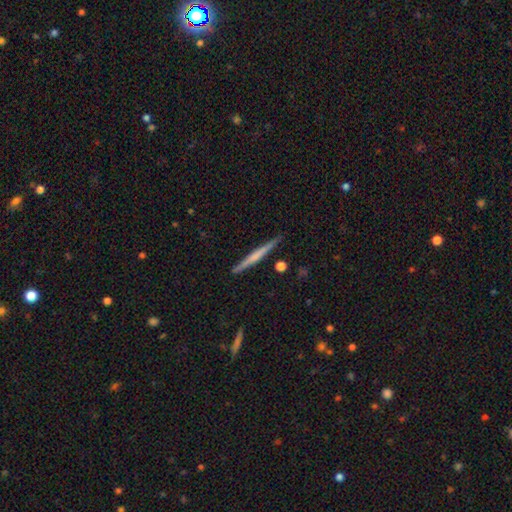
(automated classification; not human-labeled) A featured or disk galaxy (53%) viewed edge-on (98%) with no central bulge (60%). Merging: none (90%).